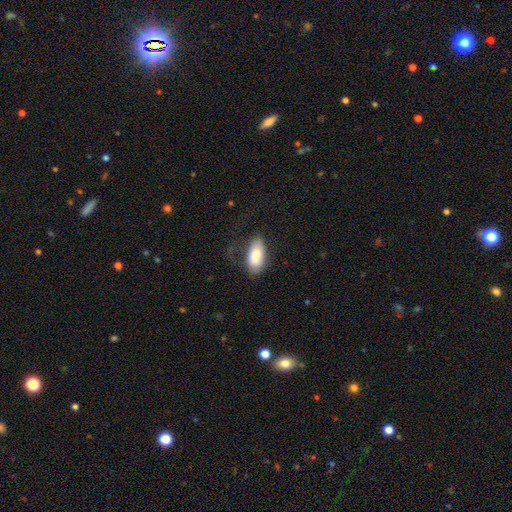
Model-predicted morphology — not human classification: type=smooth (85%); roundness=in between (92%); merging=none (57%).